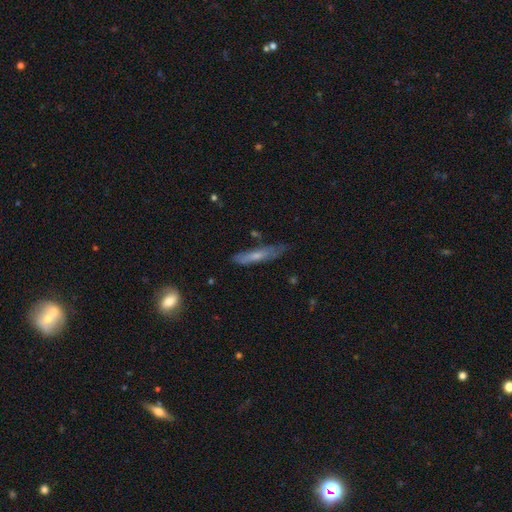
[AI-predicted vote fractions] A smooth galaxy with no disk features (55%) that is cigar-shaped (86%). Merging: none (66%).